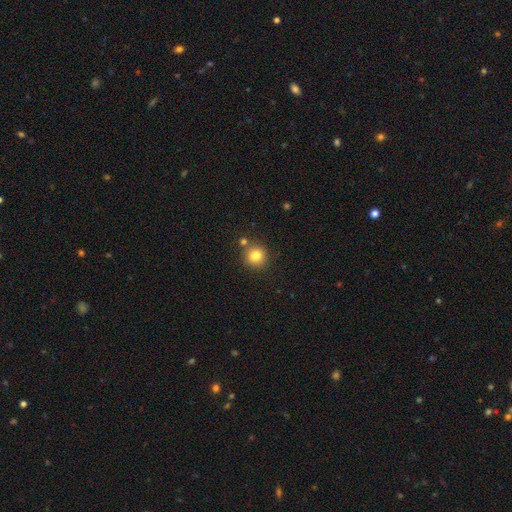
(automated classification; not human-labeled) The model was most divided on "merging": none: 79%, merger: 10%, minor disturbance: 9%, major disturbance: 2%. More confident: how rounded — round (92%); smooth or featured — smooth (81%).